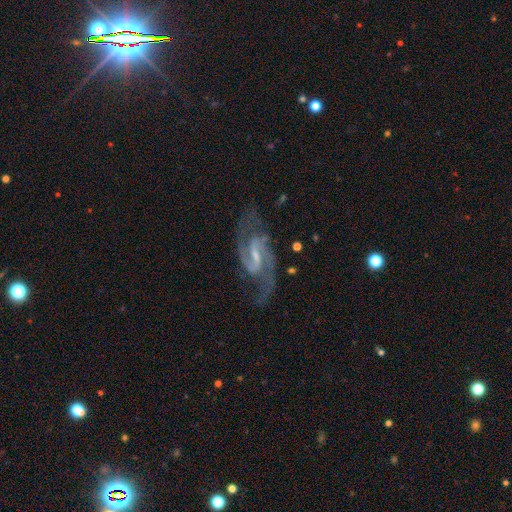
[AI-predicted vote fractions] smooth-or-featured: featured or disk: 92% | star or artifact: 4% | smooth: 3%
  disk-edge-on: no: 97% | yes: 3%
    bar: weak: 53% | strong: 36% | no: 12%
    has-spiral-arms: yes: 98% | no: 2%
      spiral-winding: medium: 58% | loose: 28% | tight: 14%
      spiral-arm-count: 2: 92% | can't tell: 2% | 3: 2% | 1: 1% | 4: 1% | more than 4: 1%
    bulge-size: small: 54% | moderate: 26% | none: 17% | large: 2% | dominant: 1%
  merging: none: 71% | minor disturbance: 17% | major disturbance: 10% | merger: 2%